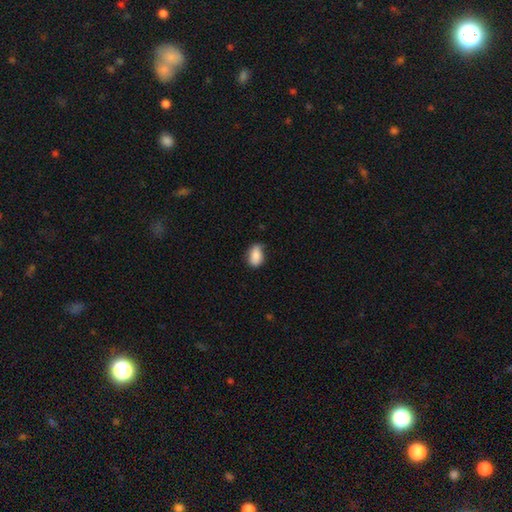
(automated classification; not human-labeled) smooth_or_featured: smooth (p=0.85) [alt: featured or disk p=0.07]
how_rounded: in between (p=0.86) [alt: round p=0.12]
merging: none (p=0.65) [alt: minor disturbance p=0.29]